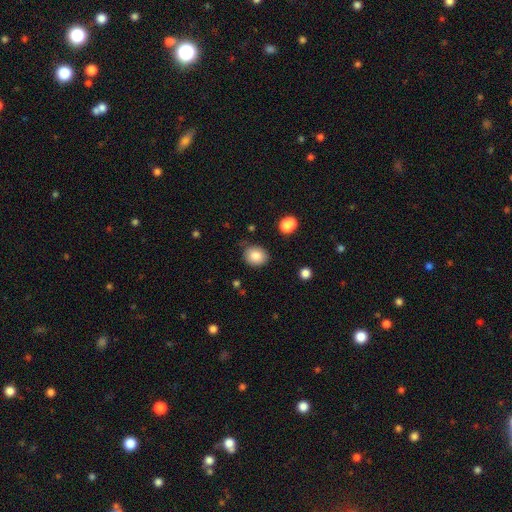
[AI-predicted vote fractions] A smooth galaxy with no disk features (83%) that is round (65%). Merging: none (77%).